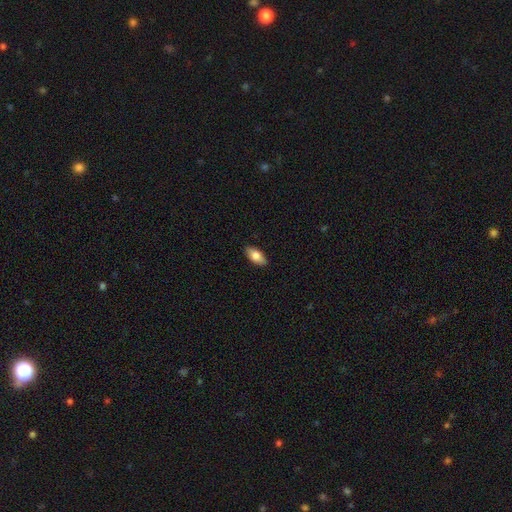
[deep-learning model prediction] Morphology: type=smooth (81%); roundness=in between (91%); merging=none (89%).